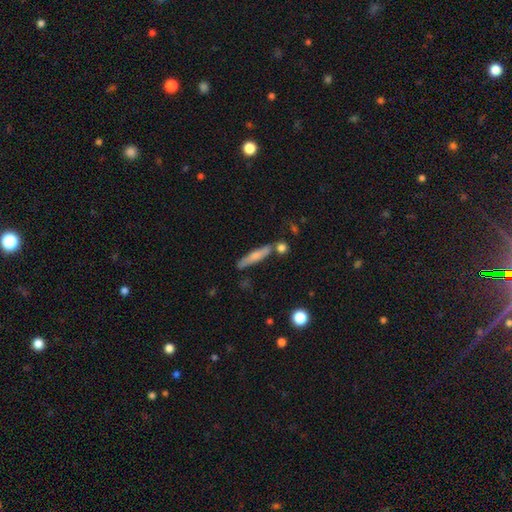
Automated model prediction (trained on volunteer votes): Smooth or featured? smooth (61%)
How rounded? cigar-shaped (89%)
Merging? none (73%)